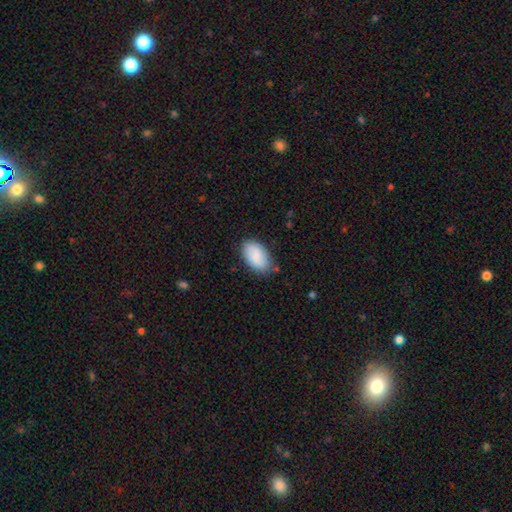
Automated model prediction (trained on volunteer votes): smooth 85%, featured or disk 8%, star or artifact 6%. Down the decision tree: how rounded — in between (94%); merging — none (79%).